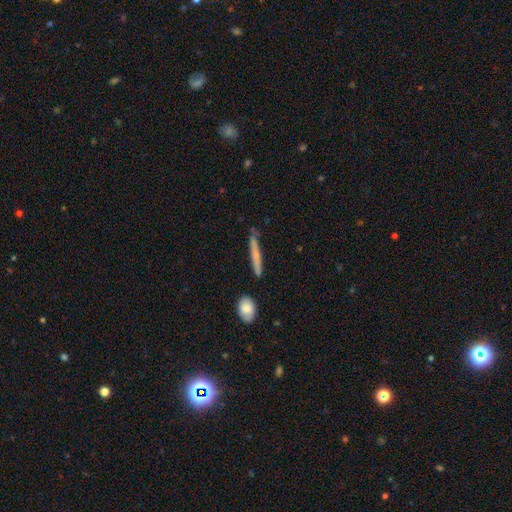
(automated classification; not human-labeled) smooth-or-featured: smooth: 60% | featured or disk: 34% | star or artifact: 6%
  how-rounded: cigar-shaped: 95% | in between: 3% | round: 2%
  merging: none: 82% | minor disturbance: 13% | merger: 3% | major disturbance: 2%